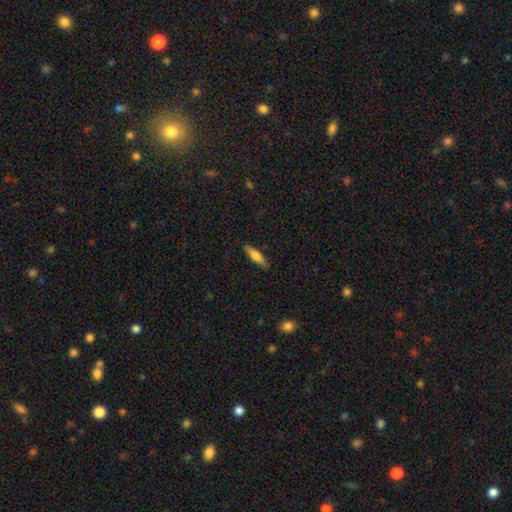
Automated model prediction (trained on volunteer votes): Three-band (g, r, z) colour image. It shows a smooth galaxy with no disk features (75%) that is cigar-shaped (62%). Merging: none (86%).